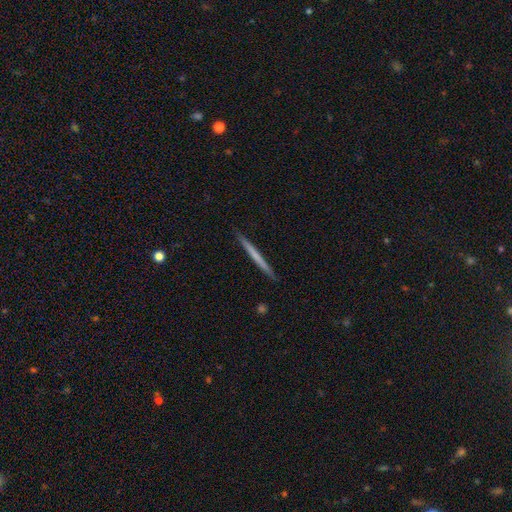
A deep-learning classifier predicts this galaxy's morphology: Smooth or featured: smooth — 48% (featured or disk — 47%)
Merging: none — 92% (minor disturbance — 5%)